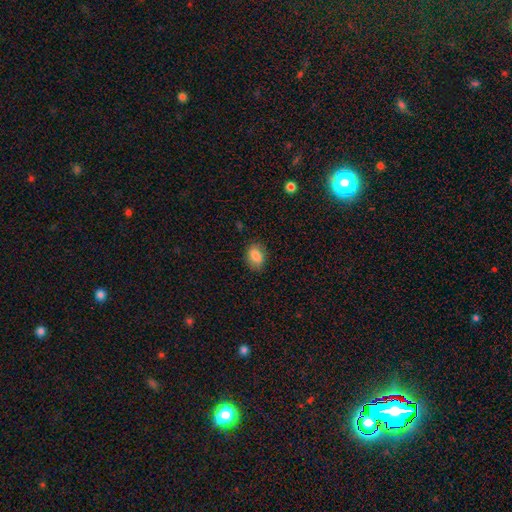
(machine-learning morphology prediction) smooth-or-featured: smooth: 86% | star or artifact: 8% | featured or disk: 6%
  how-rounded: in between: 80% | round: 19% | cigar-shaped: 2%
  merging: none: 81% | minor disturbance: 14% | major disturbance: 3% | merger: 1%